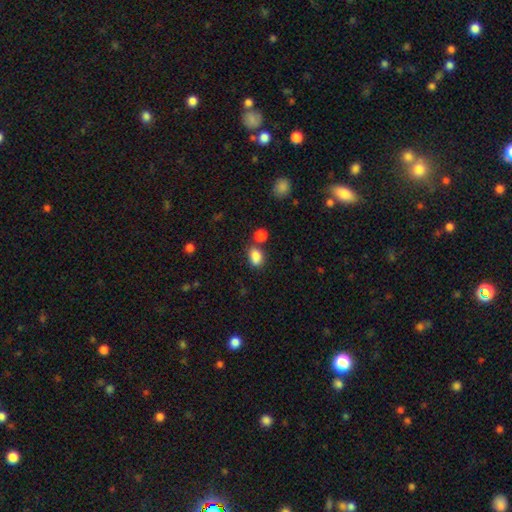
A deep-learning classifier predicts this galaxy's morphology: type=smooth (85%); roundness=in between (76%); merging=none (61%).